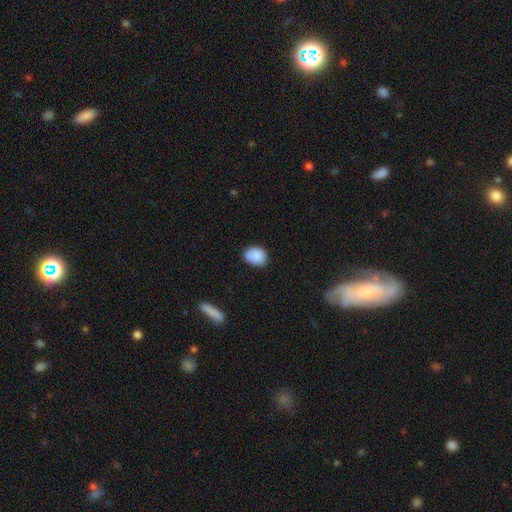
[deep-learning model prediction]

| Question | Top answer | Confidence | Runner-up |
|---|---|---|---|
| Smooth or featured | smooth | 87% | star or artifact (7%) |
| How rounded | in between | 52% | round (47%) |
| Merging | none | 78% | minor disturbance (17%) |